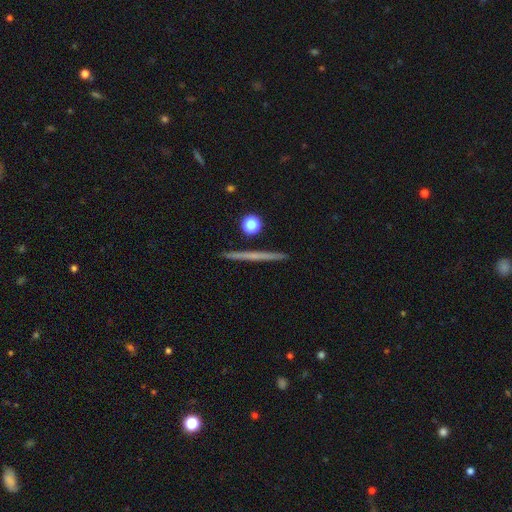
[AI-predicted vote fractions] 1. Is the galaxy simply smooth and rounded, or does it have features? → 52% featured or disk, 40% smooth, 8% star or artifact.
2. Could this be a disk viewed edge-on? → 97% yes, 3% no.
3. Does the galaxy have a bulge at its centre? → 87% none, 10% rounded, 3% boxy.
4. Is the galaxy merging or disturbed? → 92% none, 5% minor disturbance, 2% merger, 1% major disturbance.